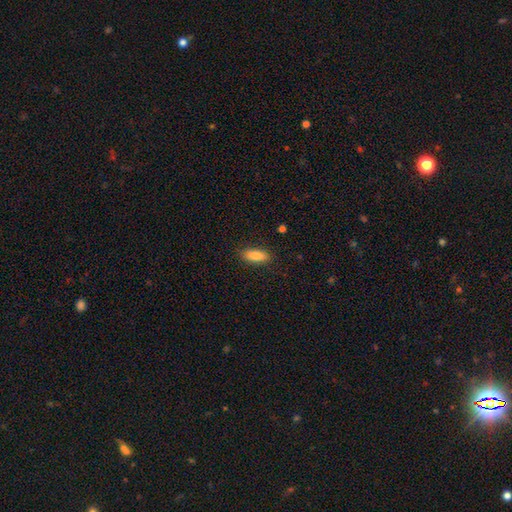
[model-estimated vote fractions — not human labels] A smooth galaxy with no disk features (87%) that is in between round and cigar-shaped (77%).

Vote fractions:
- Smooth or featured? smooth: 87% / star or artifact: 7% / featured or disk: 7%
- How rounded? in between: 77% / cigar-shaped: 21% / round: 2%
- Merging? none: 86% / minor disturbance: 10% / major disturbance: 3% / merger: 1%